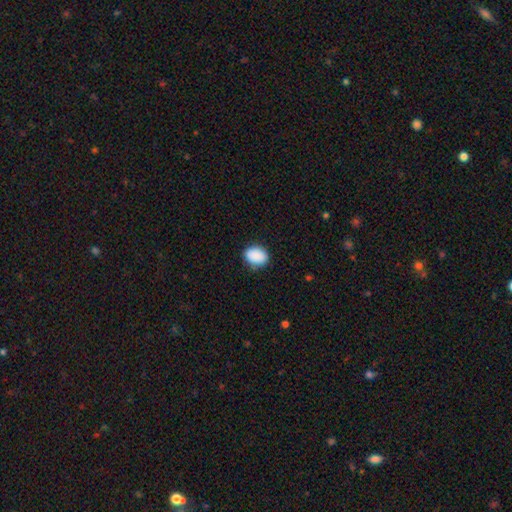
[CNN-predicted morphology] This appears to be a smooth galaxy with no disk features (90%) that is in between round and cigar-shaped (63%). Merging: none (84%).